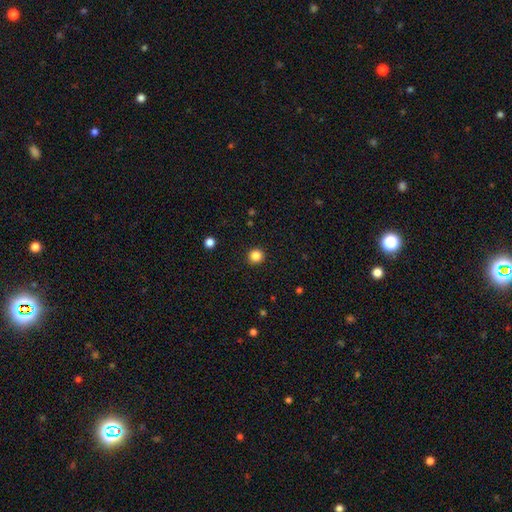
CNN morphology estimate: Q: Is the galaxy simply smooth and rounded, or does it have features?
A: smooth — 85%.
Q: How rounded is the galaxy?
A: round — 94%.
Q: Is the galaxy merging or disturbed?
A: none — 93%.